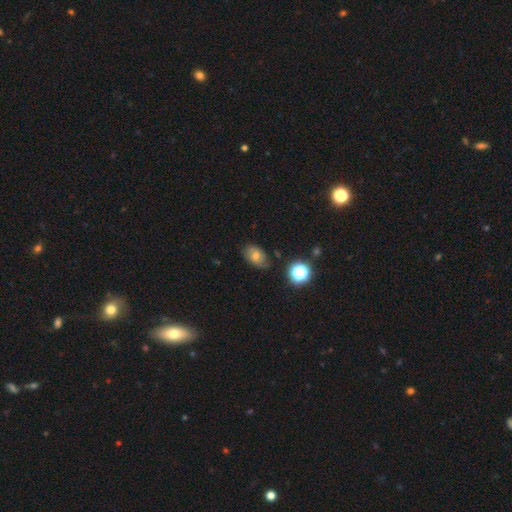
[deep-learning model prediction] smooth-or-featured: smooth: 52% | featured or disk: 33% | star or artifact: 15%
  how-rounded: in between: 79% | round: 19% | cigar-shaped: 1%
  merging: none: 73% | minor disturbance: 20% | major disturbance: 5% | merger: 2%